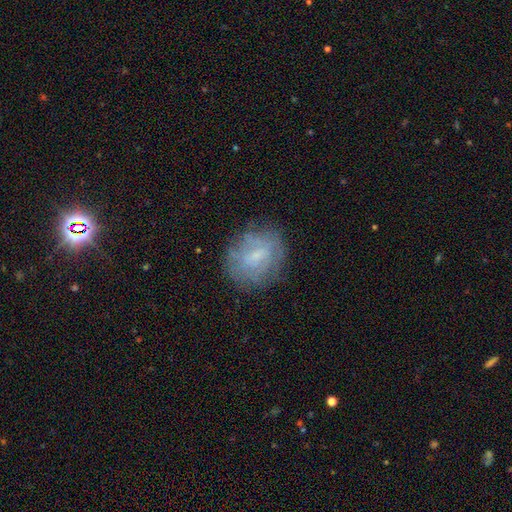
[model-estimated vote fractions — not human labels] This appears to be a featured or disk galaxy (46%). Merging: none (75%).